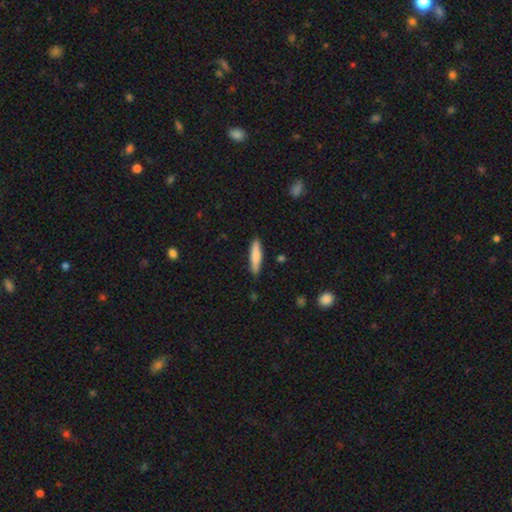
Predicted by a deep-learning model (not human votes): smooth_or_featured: smooth (p=0.78) [alt: featured or disk p=0.16]
how_rounded: cigar-shaped (p=0.80) [alt: in between p=0.19]
merging: none (p=0.86) [alt: minor disturbance p=0.11]